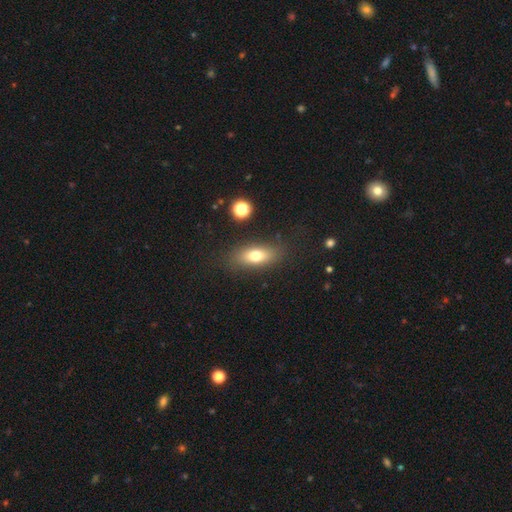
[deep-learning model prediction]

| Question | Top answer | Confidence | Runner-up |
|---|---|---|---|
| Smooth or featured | smooth | 72% | featured or disk (18%) |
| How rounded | in between | 75% | cigar-shaped (18%) |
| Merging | none | 82% | minor disturbance (11%) |